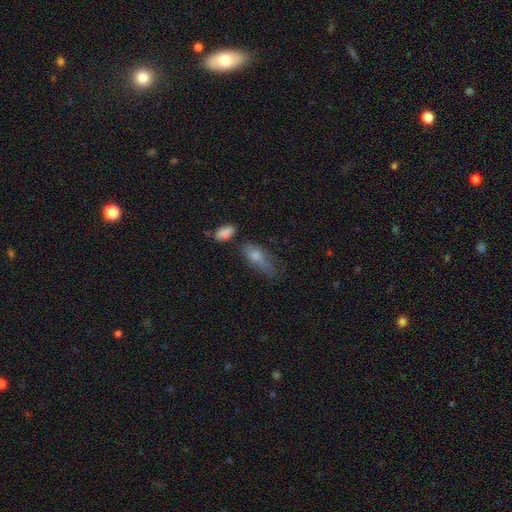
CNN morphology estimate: A smooth galaxy with no disk features (70%) that is in between round and cigar-shaped (70%). Merging: none (36%).